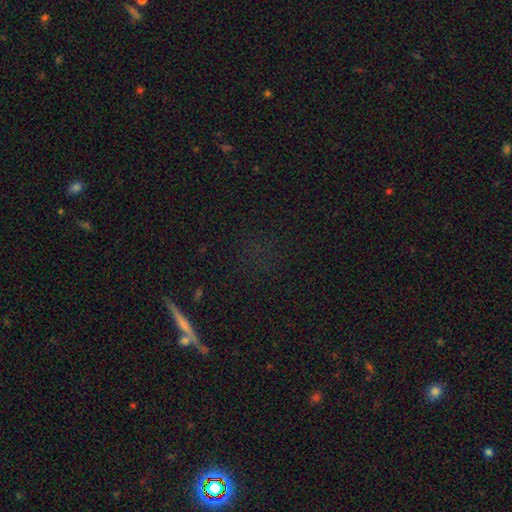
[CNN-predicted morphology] Smooth or featured?
  - star or artifact: 51% *
  - smooth: 28%
  - featured or disk: 21%